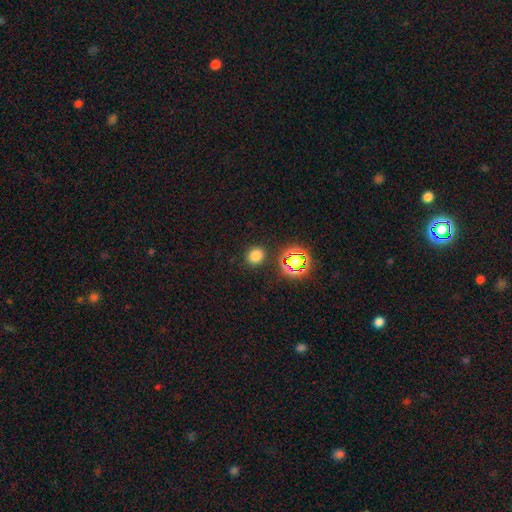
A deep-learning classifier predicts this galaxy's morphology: type=smooth (75%); roundness=round (69%); merging=none (86%).